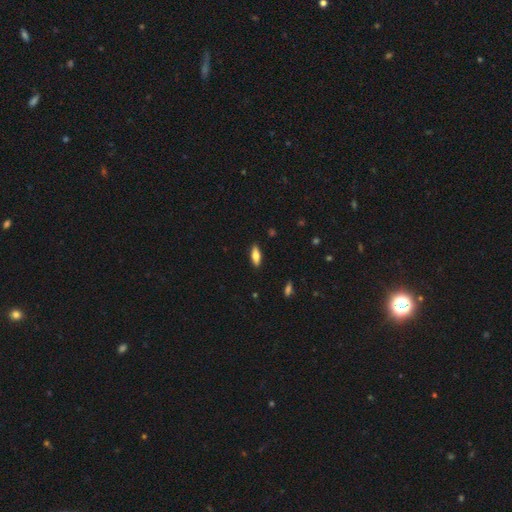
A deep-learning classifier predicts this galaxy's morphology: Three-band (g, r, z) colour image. It shows a smooth galaxy with no disk features (69%) that is in between round and cigar-shaped (65%). Merging: none (88%).